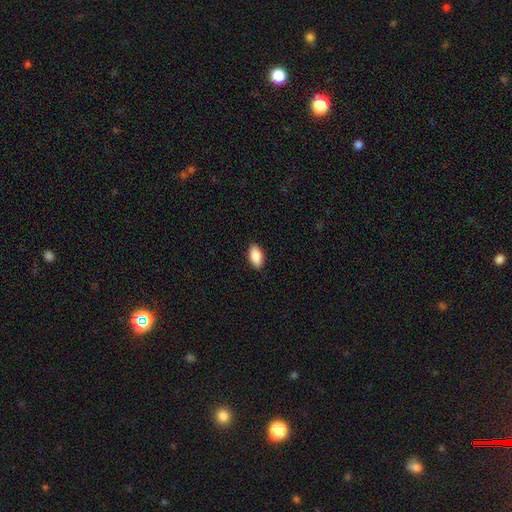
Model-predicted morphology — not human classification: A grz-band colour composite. It shows a smooth galaxy with no disk features (86%) that is in between round and cigar-shaped (92%). Merging: none (90%).